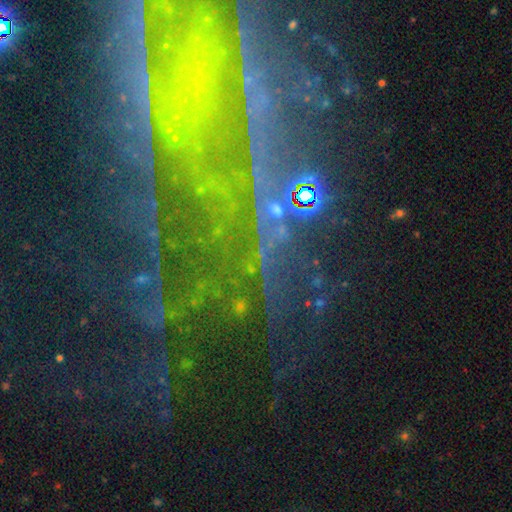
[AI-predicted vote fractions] Smooth or featured?
  - star or artifact: 77% *
  - featured or disk: 13%
  - smooth: 10%